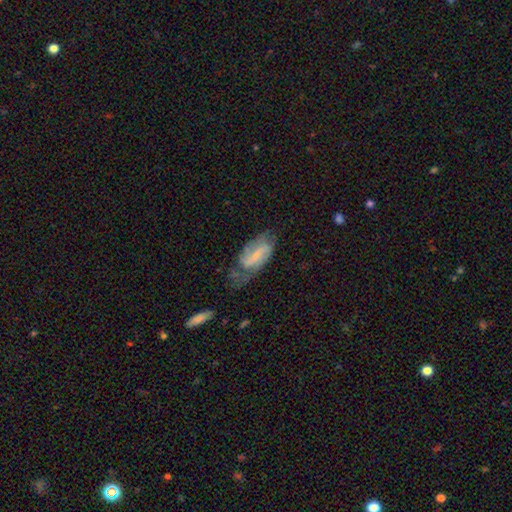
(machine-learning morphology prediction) featured or disk 69%, smooth 24%, star or artifact 7%. Down the decision tree: edge-on disk — no (95%); bar — weak (41%, tied with strong); spiral arms — yes (88%); spiral arm count — 2 (79%); spiral winding — medium (42%); bulge size — small (46%); merging — none (45%).